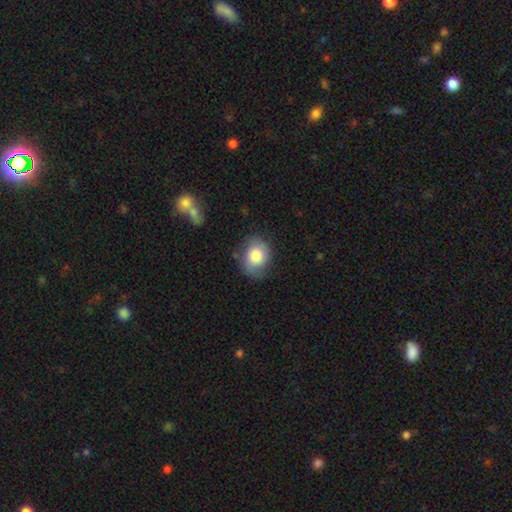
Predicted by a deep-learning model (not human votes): A smooth galaxy with no disk features (77%) that is round (55%). Merging: none (67%).